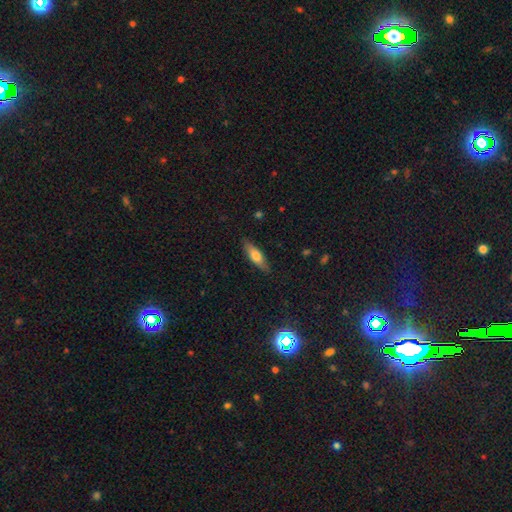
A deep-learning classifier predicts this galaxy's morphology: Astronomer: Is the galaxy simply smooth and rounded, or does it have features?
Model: smooth — 63%.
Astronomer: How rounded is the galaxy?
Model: cigar-shaped — 56% (runner-up: in between, 42%).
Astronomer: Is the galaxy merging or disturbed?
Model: none — 87%.